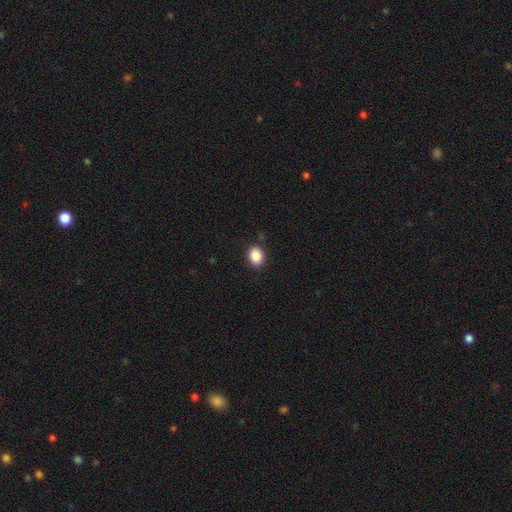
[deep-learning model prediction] Overall: smooth (88%). How rounded: in between (63%; round 36%). Merging: none (86%).